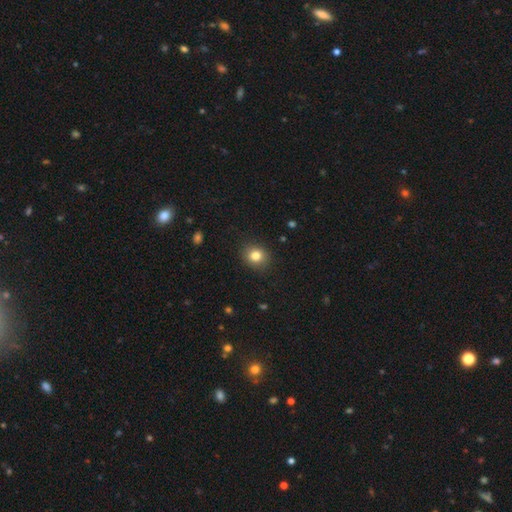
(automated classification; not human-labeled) Smooth or featured: smooth — 82% (star or artifact — 11%)
How rounded: round — 77% (in between — 22%)
Merging: none — 89% (minor disturbance — 7%)